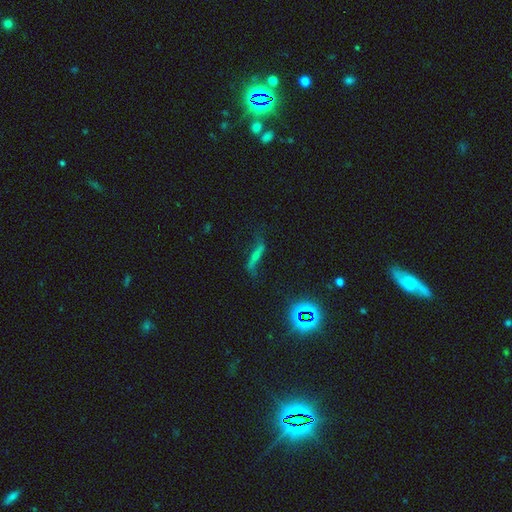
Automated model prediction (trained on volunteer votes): The model was most divided on "edge-on disk": no: 58%, yes: 42%. More confident: merging — none (62%); smooth or featured — featured or disk (56%).